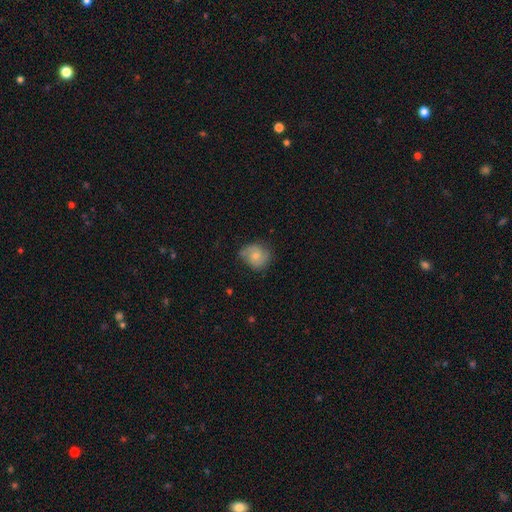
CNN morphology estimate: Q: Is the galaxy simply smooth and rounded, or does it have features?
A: smooth — 54%.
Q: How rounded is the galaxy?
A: round — 70%.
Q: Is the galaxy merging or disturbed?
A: none — 62%.